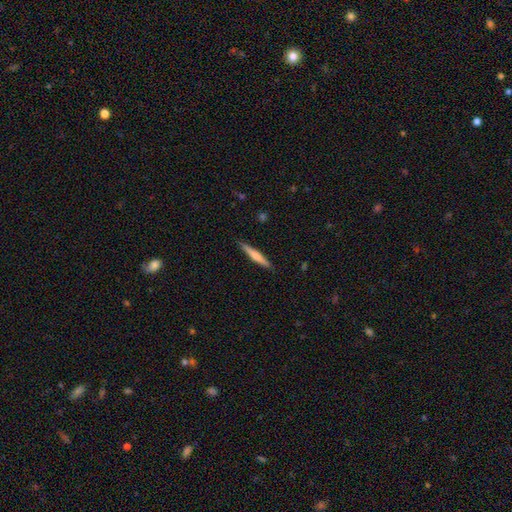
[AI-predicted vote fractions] smooth-or-featured: smooth: 54% | featured or disk: 40% | star or artifact: 6%
  how-rounded: cigar-shaped: 94% | in between: 5% | round: 1%
  merging: none: 89% | minor disturbance: 8% | major disturbance: 2% | merger: 1%